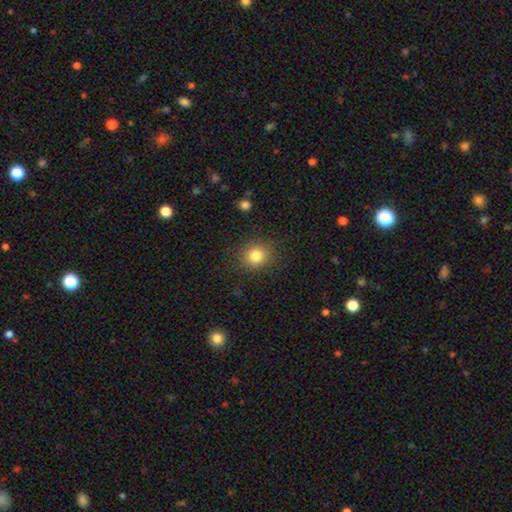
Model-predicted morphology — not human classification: smooth-or-featured: smooth: 82% | star or artifact: 11% | featured or disk: 7%
  how-rounded: round: 79% | in between: 20% | cigar-shaped: 1%
  merging: none: 87% | minor disturbance: 9% | major disturbance: 3% | merger: 1%